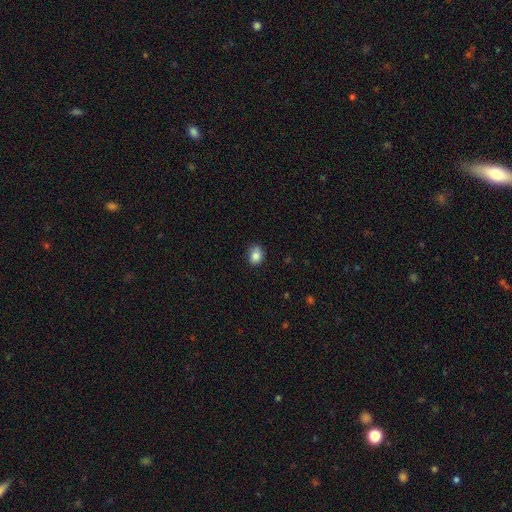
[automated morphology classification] smooth-or-featured: smooth: 83% | star or artifact: 10% | featured or disk: 8%
  how-rounded: round: 52% | in between: 47% | cigar-shaped: 1%
  merging: none: 66% | minor disturbance: 26% | major disturbance: 5% | merger: 3%